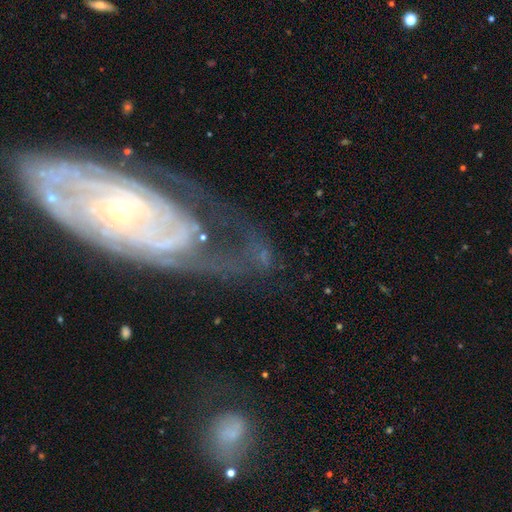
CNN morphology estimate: This appears to be a featured or disk galaxy (79%) with no bar (64%), 2 (32%) tight (60%) spiral arms (91%) and a small central bulge (78%). Merging: none (54%).